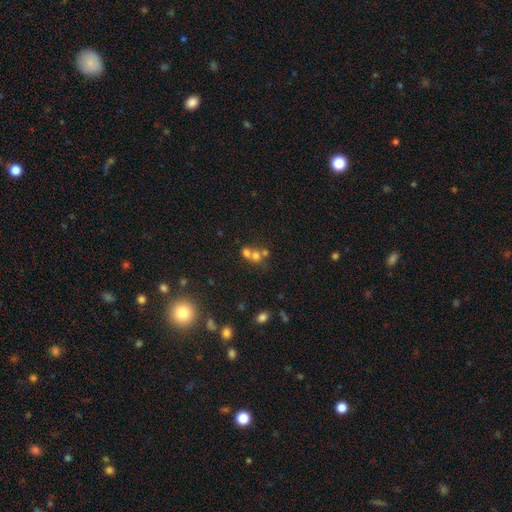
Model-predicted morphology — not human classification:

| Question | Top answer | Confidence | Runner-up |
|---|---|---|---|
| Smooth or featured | smooth | 62% | featured or disk (20%) |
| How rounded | round | 71% | in between (28%) |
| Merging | merger | 62% | none (28%) |